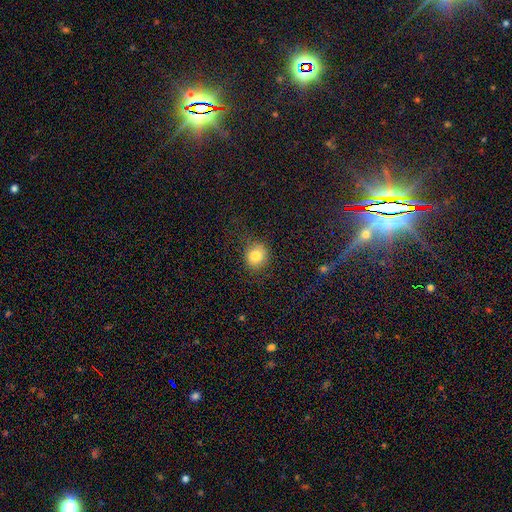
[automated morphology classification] Smooth or featured: smooth — 81% (star or artifact — 11%)
How rounded: round — 80% (in between — 19%)
Merging: none — 81% (minor disturbance — 13%)